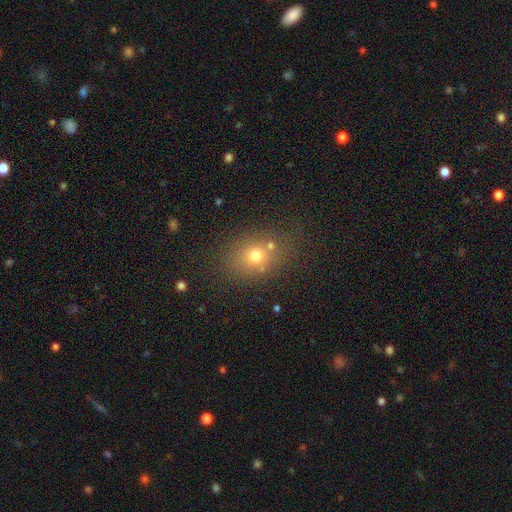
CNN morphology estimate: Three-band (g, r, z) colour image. It shows a smooth galaxy with no disk features (68%) that is in between round and cigar-shaped (51%). Merging: none (67%).